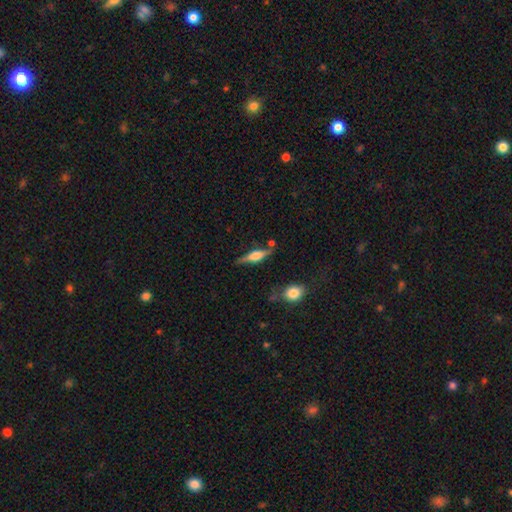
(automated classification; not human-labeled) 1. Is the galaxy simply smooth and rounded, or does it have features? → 64% featured or disk, 29% smooth, 7% star or artifact.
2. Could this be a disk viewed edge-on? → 95% yes, 5% no.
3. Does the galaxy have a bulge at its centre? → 73% rounded, 23% boxy, 3% none.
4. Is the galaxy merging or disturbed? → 74% none, 16% minor disturbance, 6% merger, 4% major disturbance.